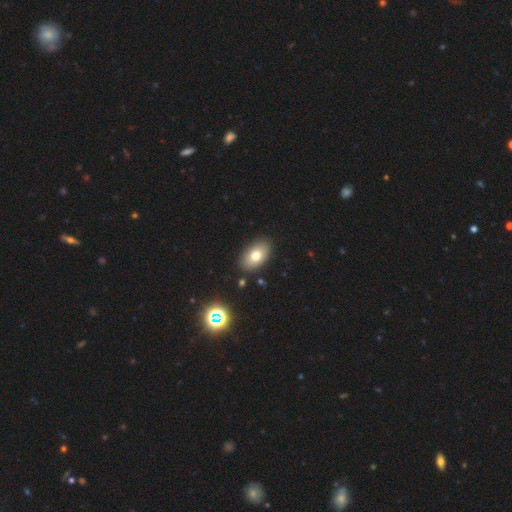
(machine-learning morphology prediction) smooth 75%, featured or disk 15%, star or artifact 10%. Down the decision tree: how rounded — in between (91%); merging — none (87%).